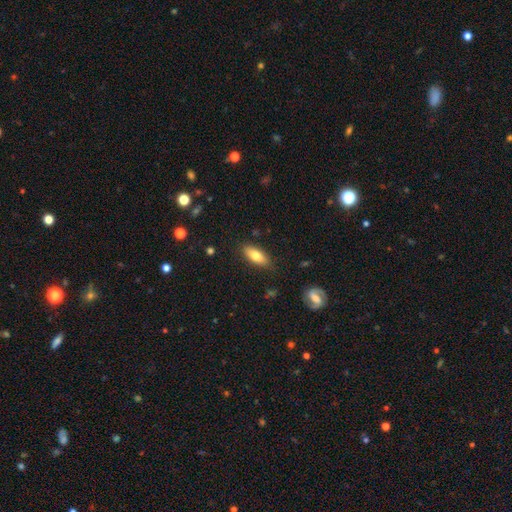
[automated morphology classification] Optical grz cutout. It shows a smooth galaxy with no disk features (75%) that is in between round and cigar-shaped (77%). Merging: none (84%).